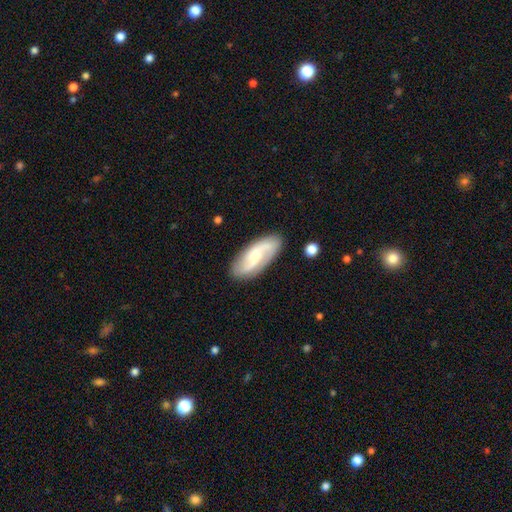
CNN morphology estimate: Smooth or featured?
  - featured or disk: 72% *
  - smooth: 22%
  - star or artifact: 6%
Edge-on disk?
  - no: 93% *
  - yes: 7%
Bar?
  - no: 45% *
  - weak: 43%
  - strong: 12%
Spiral arms?
  - yes: 94% *
  - no: 6%
Spiral winding?
  - loose: 41% * (tied)
  - medium: 41% * (tied)
  - tight: 18%
Spiral arm count?
  - 2: 86% *
  - can't tell: 7%
  - 1: 3%
  - 3: 2%
  - 4: 1%
  - more than 4: 1%
Bulge size?
  - small: 49% *
  - moderate: 41%
  - none: 5%
  - large: 4%
  - dominant: 1%
Merging?
  - none: 83% *
  - minor disturbance: 12%
  - major disturbance: 3%
  - merger: 2%